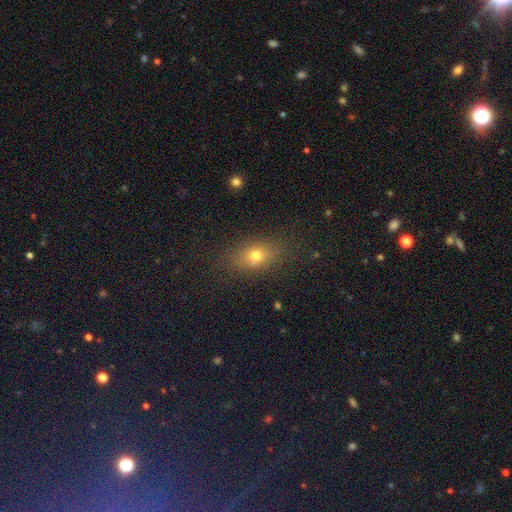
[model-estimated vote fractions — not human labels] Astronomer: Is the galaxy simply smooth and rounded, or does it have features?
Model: smooth — 71%.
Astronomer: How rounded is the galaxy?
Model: in between — 70%.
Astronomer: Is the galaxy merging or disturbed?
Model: none — 80%.